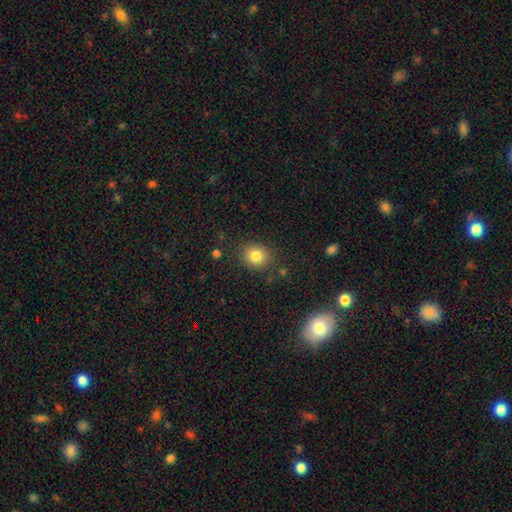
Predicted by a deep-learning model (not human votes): Smooth or featured? Predicted: smooth (p=0.82). How rounded? Predicted: round (p=0.73). Merging? Predicted: none (p=0.86).